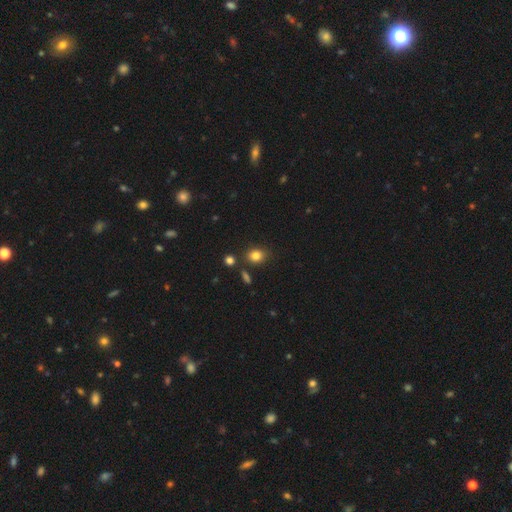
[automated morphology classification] Smooth or featured: smooth — 82% (star or artifact — 11%)
How rounded: round — 52% (in between — 47%)
Merging: none — 79% (minor disturbance — 12%)